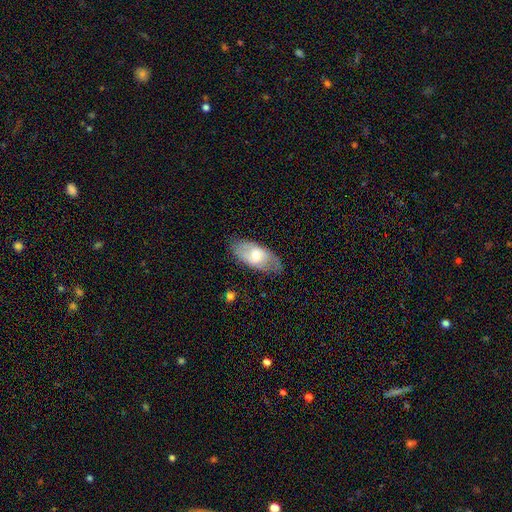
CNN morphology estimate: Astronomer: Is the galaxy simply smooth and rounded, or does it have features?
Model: smooth — 55% (runner-up: featured or disk, 38%).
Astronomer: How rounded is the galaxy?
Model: in between — 89%.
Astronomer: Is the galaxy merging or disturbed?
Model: none — 74%.